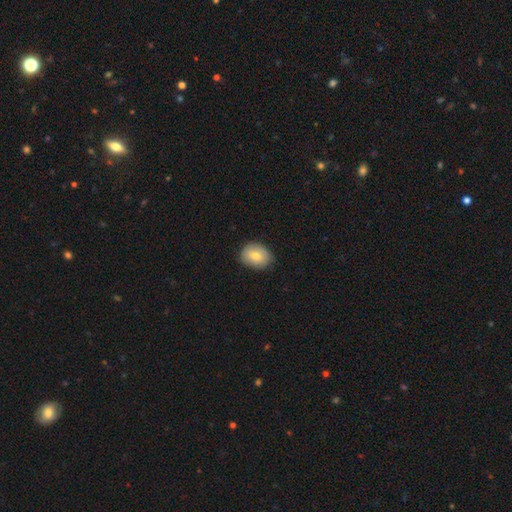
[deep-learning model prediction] Q: Smooth or featured?
A: smooth (78%); runner-up: featured or disk (15%)
Q: How rounded?
A: in between (57%); runner-up: round (42%)
Q: Merging?
A: none (80%); runner-up: minor disturbance (16%)